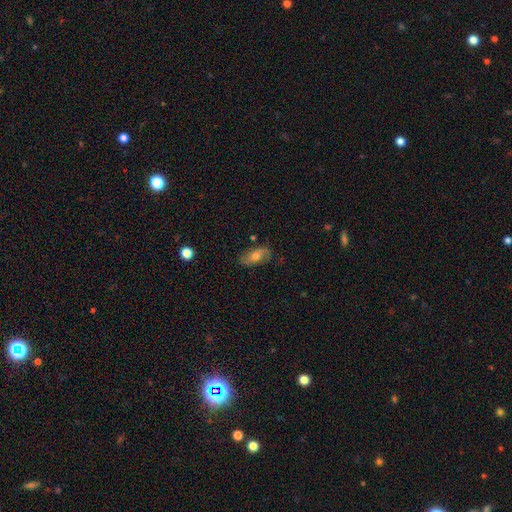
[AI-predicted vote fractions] Smooth or featured?
  - smooth: 46% *
  - featured or disk: 45%
  - star or artifact: 9%
Merging?
  - none: 75% *
  - minor disturbance: 18%
  - major disturbance: 5%
  - merger: 2%